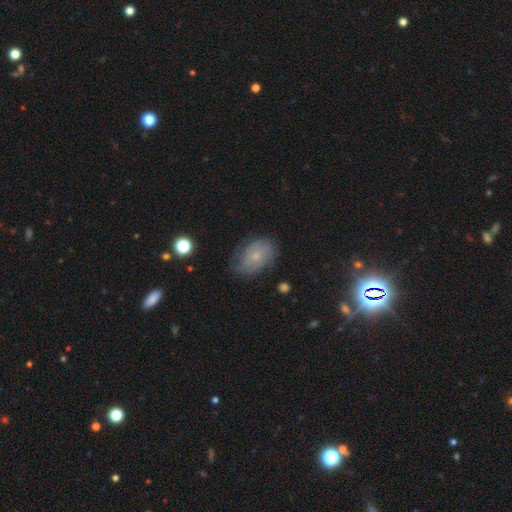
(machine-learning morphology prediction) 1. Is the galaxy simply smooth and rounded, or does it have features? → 46% featured or disk, 43% smooth, 10% star or artifact.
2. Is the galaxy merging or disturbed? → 65% none, 25% minor disturbance, 8% major disturbance, 1% merger.